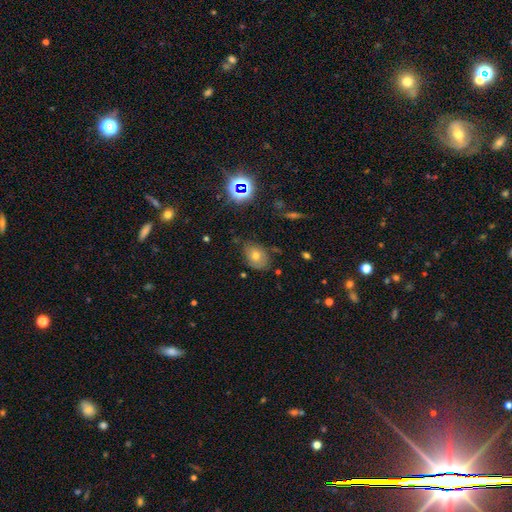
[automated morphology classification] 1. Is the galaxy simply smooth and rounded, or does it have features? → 57% smooth, 24% featured or disk, 19% star or artifact.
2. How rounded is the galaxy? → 67% in between, 32% round, 1% cigar-shaped.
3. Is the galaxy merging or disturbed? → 69% none, 23% minor disturbance, 6% major disturbance, 3% merger.